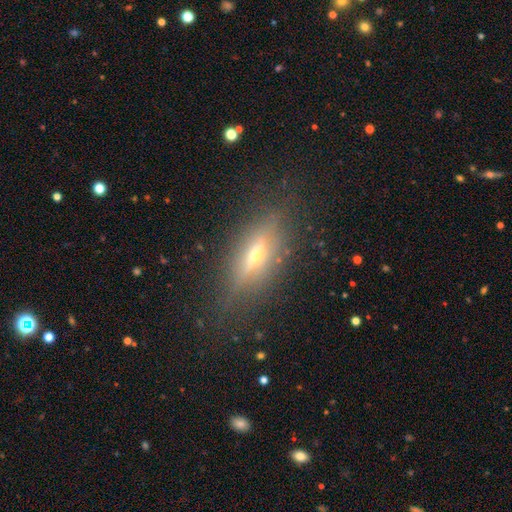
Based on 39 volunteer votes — Q: Smooth or featured?
A: featured or disk (72%); runner-up: smooth (21%)
Q: Edge-on disk?
A: yes (93%); runner-up: no (7%)
Q: Edge-on bulge?
A: rounded (85%); runner-up: boxy (8%)
Q: Merging?
A: none (81%); runner-up: minor disturbance (17%)